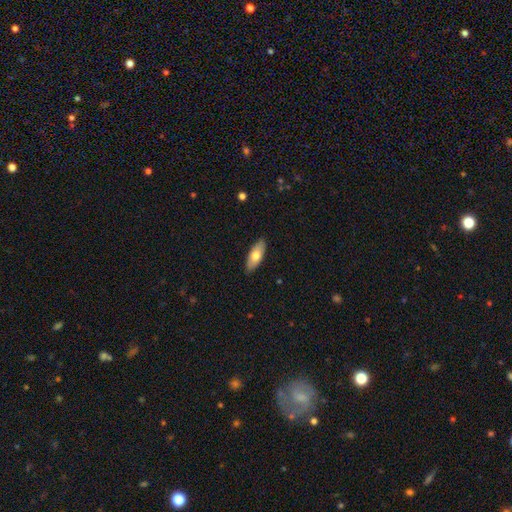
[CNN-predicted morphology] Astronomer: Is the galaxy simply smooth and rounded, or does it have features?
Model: smooth — 70%.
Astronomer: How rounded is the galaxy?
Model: in between — 78%.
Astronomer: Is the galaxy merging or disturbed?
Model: none — 88%.